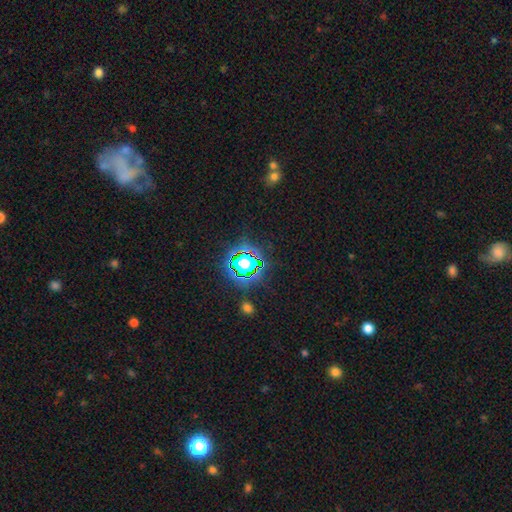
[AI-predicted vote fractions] Q: Smooth or featured?
A: star or artifact (72%); runner-up: smooth (15%)